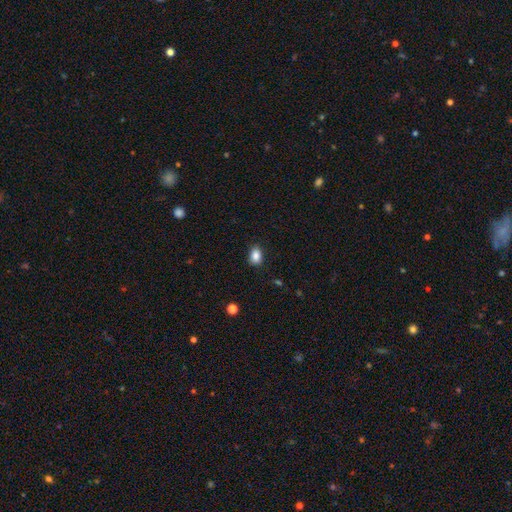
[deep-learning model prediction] Overall: smooth (87%). How rounded: in between (77%). Merging: none (85%).